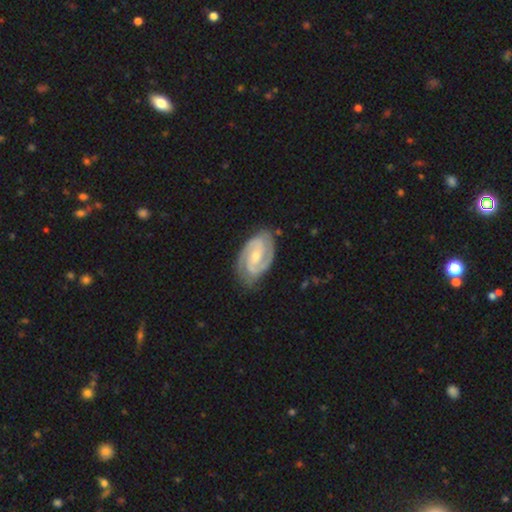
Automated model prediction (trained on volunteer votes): Overall: featured or disk (91%). Edge-on disk: no (97%). Bar: weak (44%; no 38%). Spiral arms: yes (98%). Spiral arm count: 2 (90%). Spiral winding: tight (54%; medium 41%). Bulge size: small (57%; moderate 39%). Merging: none (80%).